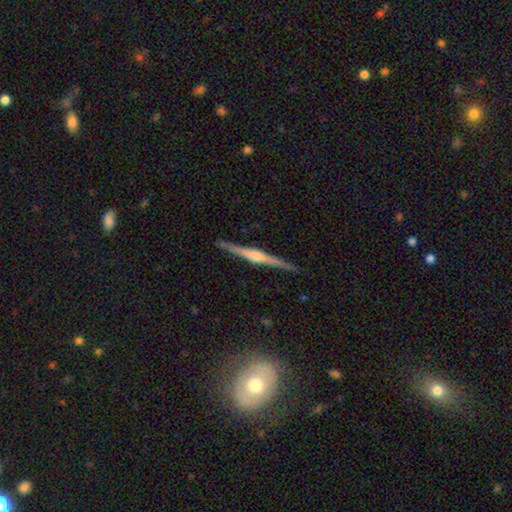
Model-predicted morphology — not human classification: Smooth or featured: featured or disk — 84% (smooth — 11%)
Edge-on disk: yes — 98% (no — 2%)
Edge-on bulge: rounded — 85% (boxy — 10%)
Merging: none — 91% (minor disturbance — 6%)